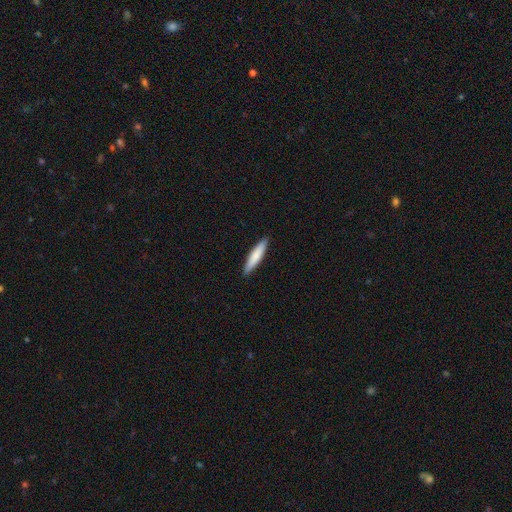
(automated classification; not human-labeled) Smooth or featured?
  - smooth: 78% *
  - featured or disk: 17%
  - star or artifact: 5%
How rounded?
  - cigar-shaped: 86% *
  - in between: 13%
  - round: 1%
Merging?
  - none: 90% *
  - minor disturbance: 8%
  - major disturbance: 1%
  - merger: 1%